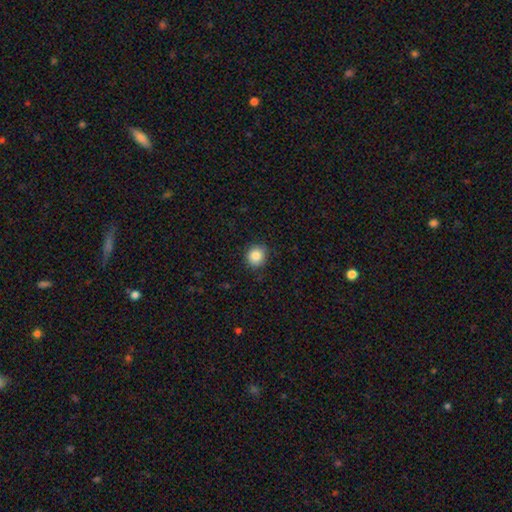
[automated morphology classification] smooth_or_featured: smooth (p=0.86) [alt: star or artifact p=0.09]
how_rounded: round (p=0.86) [alt: in between p=0.13]
merging: none (p=0.88) [alt: minor disturbance p=0.09]